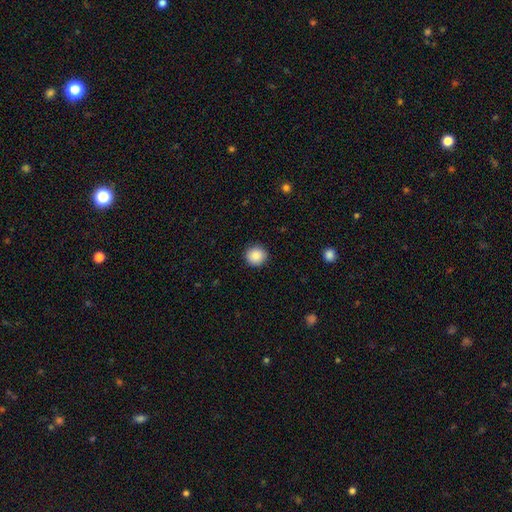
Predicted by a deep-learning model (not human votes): A smooth galaxy with no disk features (87%) that is round (91%).

Vote fractions:
- Smooth or featured? smooth: 87% / star or artifact: 9% / featured or disk: 4%
- How rounded? round: 91% / in between: 8% / cigar-shaped: 1%
- Merging? none: 91% / minor disturbance: 6% / major disturbance: 2% / merger: 1%